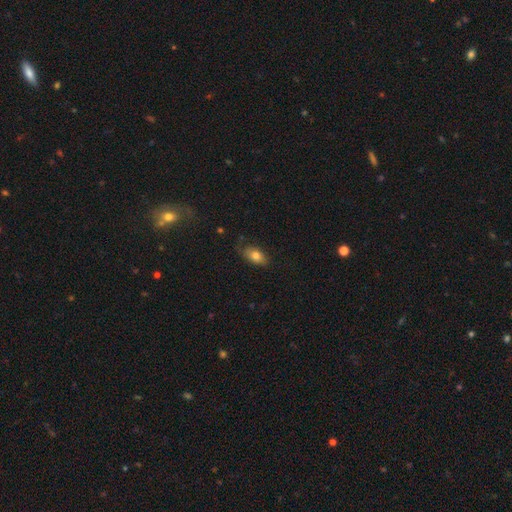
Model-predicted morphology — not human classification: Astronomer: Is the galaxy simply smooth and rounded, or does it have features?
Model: smooth — 78%.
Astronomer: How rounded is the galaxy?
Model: in between — 88%.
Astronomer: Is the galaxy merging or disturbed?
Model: none — 74%.